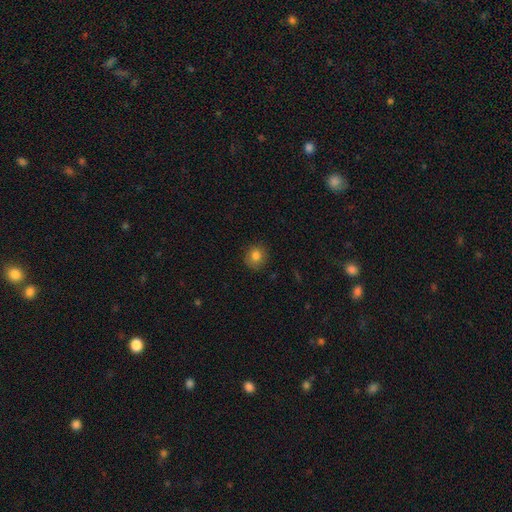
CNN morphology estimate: Smooth or featured? smooth (81%)
How rounded? round (88%)
Merging? none (88%)